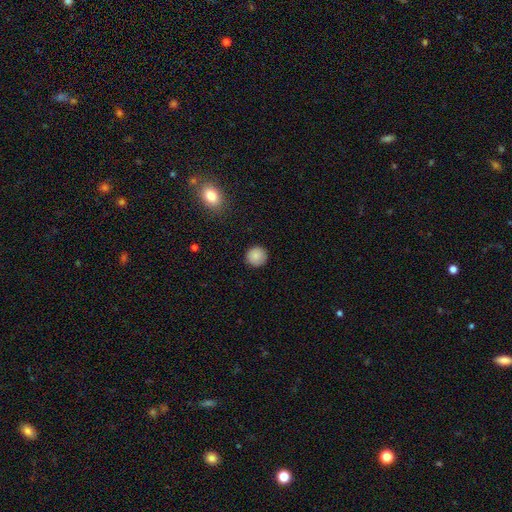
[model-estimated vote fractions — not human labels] Overall: smooth (86%). How rounded: round (95%). Merging: none (90%).